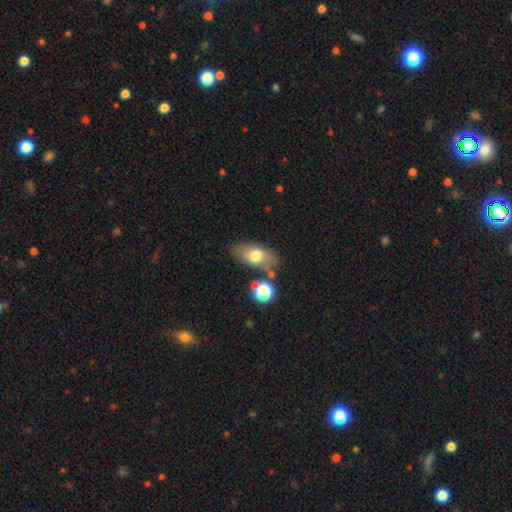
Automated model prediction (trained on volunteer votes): smooth-or-featured: smooth: 68% | featured or disk: 23% | star or artifact: 9%
  how-rounded: in between: 85% | round: 9% | cigar-shaped: 7%
  merging: none: 75% | minor disturbance: 13% | merger: 8% | major disturbance: 4%